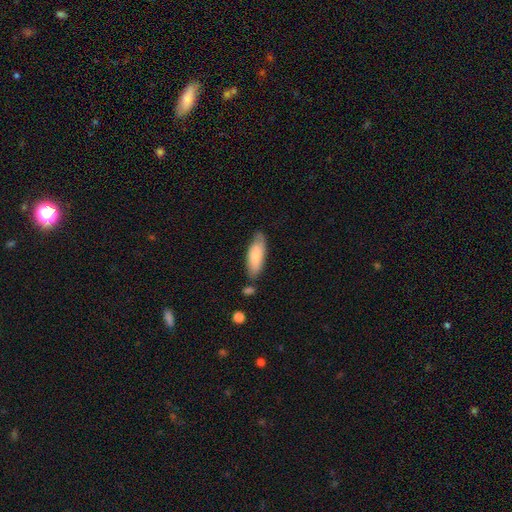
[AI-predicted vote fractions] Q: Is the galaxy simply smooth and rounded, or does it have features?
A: smooth — 81%.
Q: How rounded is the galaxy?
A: in between — 65%.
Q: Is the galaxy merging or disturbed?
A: none — 68%.